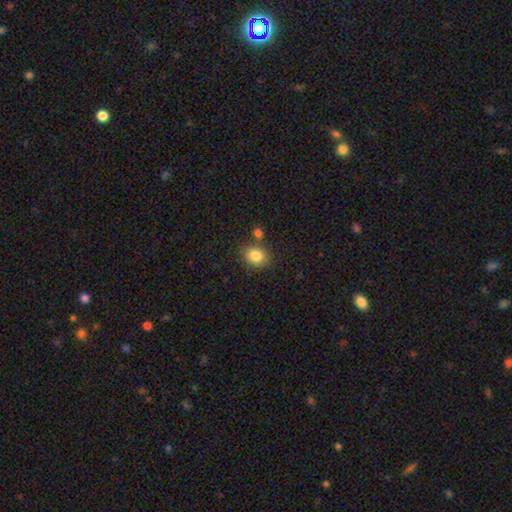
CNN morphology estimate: Smooth or featured? Predicted: smooth (p=0.84). How rounded? Predicted: round (p=0.57). Merging? Predicted: none (p=0.75).